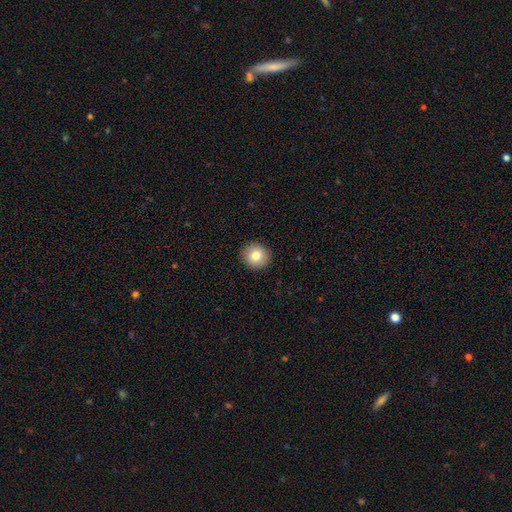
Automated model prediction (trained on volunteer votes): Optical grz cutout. It shows a smooth galaxy with no disk features (82%) that is round (90%). Merging: none (92%).